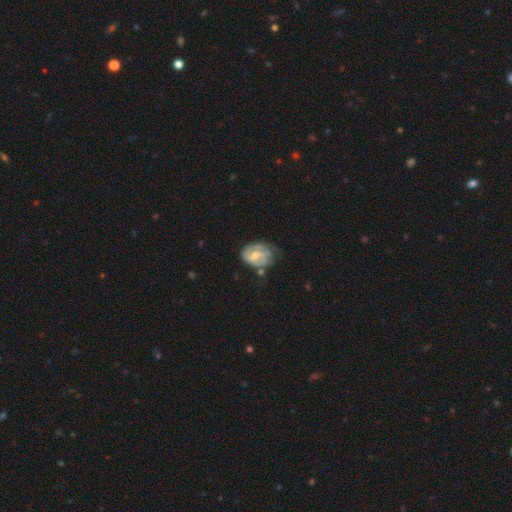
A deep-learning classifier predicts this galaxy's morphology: smooth_or_featured: featured or disk (p=0.67) [alt: smooth p=0.26]
disk_edge_on: no (p=0.97) [alt: yes p=0.03]
bar: weak (p=0.46) [alt: no p=0.44]
has_spiral_arms: yes (p=0.80) [alt: no p=0.20]
spiral_winding: tight (p=0.48) [alt: medium p=0.37]
spiral_arm_count: 2 (p=0.47) [alt: can't tell p=0.27]
bulge_size: moderate (p=0.51) [alt: small p=0.29]
merging: none (p=0.44) [alt: minor disturbance p=0.30]